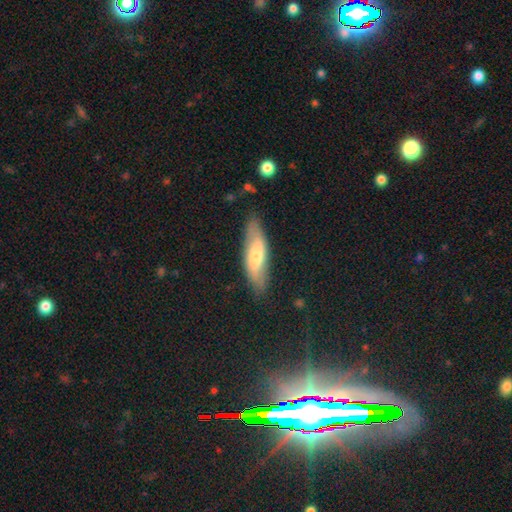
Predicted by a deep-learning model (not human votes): smooth 50%, featured or disk 41%, star or artifact 9%. Down the decision tree: how rounded — cigar-shaped (56%); merging — none (81%).